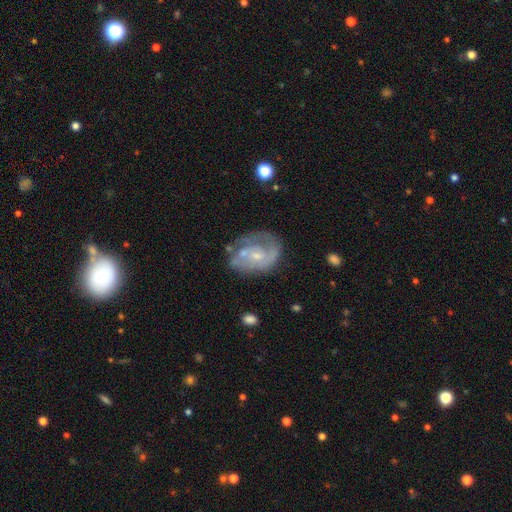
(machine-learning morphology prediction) The model was most divided on "spiral winding": medium: 41%, tight: 37%, loose: 22%. Remaining: edge-on disk — no (97%); spiral arms — yes (81%); smooth or featured — featured or disk (75%); bulge size — small (67%); bar — no (61%); merging — none (51%); spiral arm count — 2 (45%).